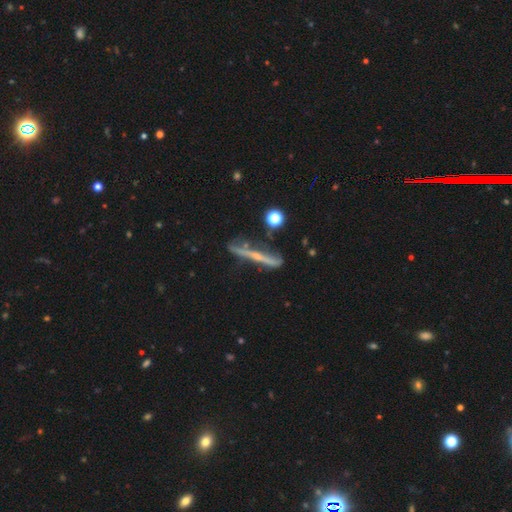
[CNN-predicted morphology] featured or disk 70%, smooth 22%, star or artifact 9%. Down the decision tree: edge-on disk — yes (86%); edge-on bulge — rounded (58%); merging — none (65%).